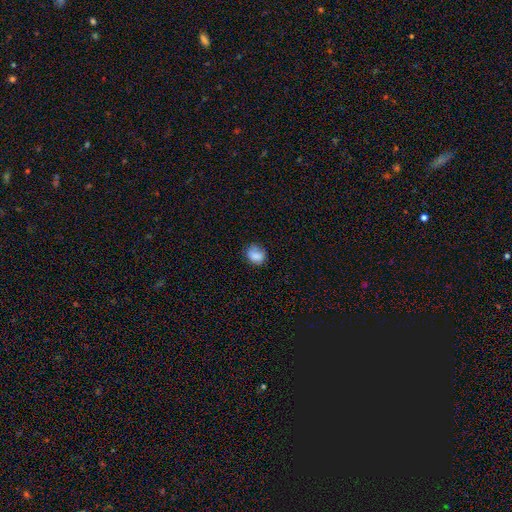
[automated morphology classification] This appears to be a smooth galaxy with no disk features (82%) that is round (63%). Merging: none (68%).